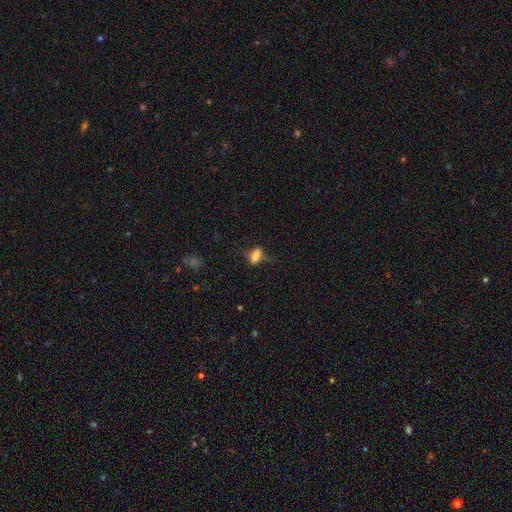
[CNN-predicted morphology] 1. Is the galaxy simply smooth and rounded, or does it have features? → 70% smooth, 19% featured or disk, 11% star or artifact.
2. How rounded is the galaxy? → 79% in between, 12% cigar-shaped, 9% round.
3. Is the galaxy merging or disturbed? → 61% none, 25% minor disturbance, 11% major disturbance, 2% merger.